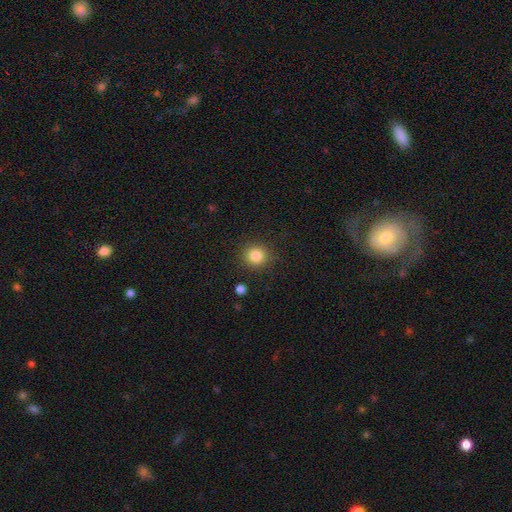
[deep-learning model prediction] Overall: smooth (84%). How rounded: round (88%). Merging: none (87%).